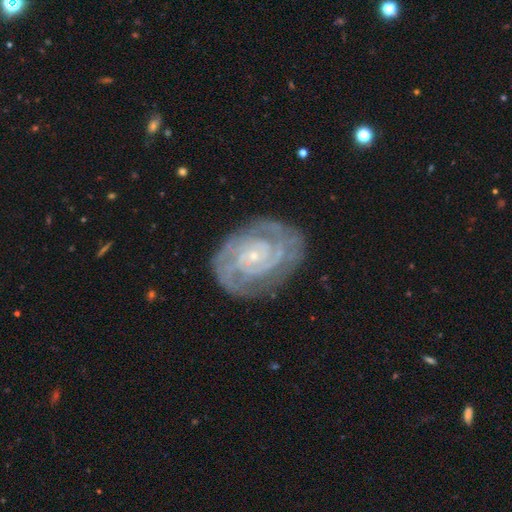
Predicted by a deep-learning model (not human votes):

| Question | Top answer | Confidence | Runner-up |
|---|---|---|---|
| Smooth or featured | featured or disk | 87% | smooth (7%) |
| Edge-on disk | no | 97% | yes (3%) |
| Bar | no | 68% | weak (24%) |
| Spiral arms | yes | 96% | no (4%) |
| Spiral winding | tight | 75% | medium (21%) |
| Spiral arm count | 2 | 41% | can't tell (22%) |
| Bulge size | small | 83% | moderate (12%) |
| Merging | none | 78% | minor disturbance (15%) |